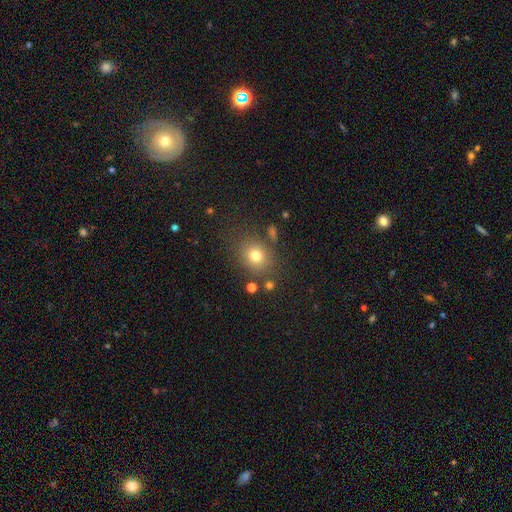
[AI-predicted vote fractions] Smooth or featured? Predicted: smooth (p=0.76). How rounded? Predicted: round (p=0.66). Merging? Predicted: none (p=0.79).